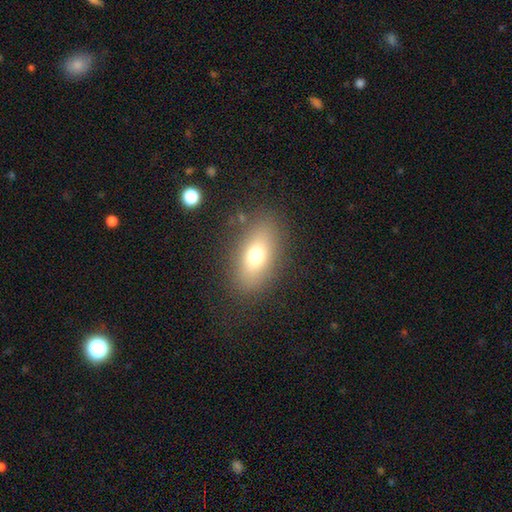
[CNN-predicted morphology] smooth_or_featured: smooth (p=0.70) [alt: featured or disk p=0.18]
how_rounded: in between (p=0.84) [alt: round p=0.11]
merging: none (p=0.83) [alt: minor disturbance p=0.10]